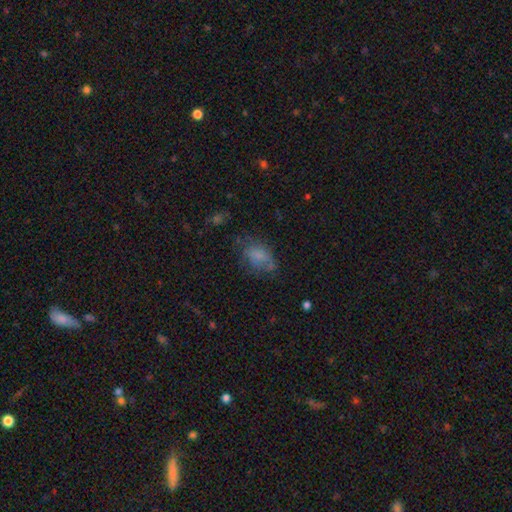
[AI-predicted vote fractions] Smooth or featured? smooth (62%)
How rounded? in between (83%)
Merging? none (49%)